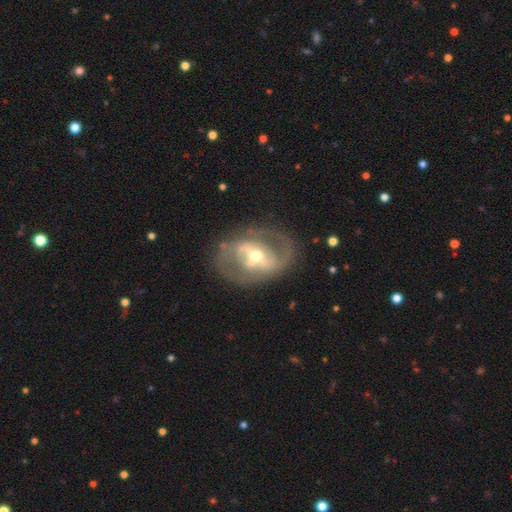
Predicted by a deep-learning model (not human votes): Morphology: type=featured or disk (79%); edge-on=no (95%); bar=strong (36%); spiral arms=yes (63%); bulge=moderate (59%); merging=none (70%).